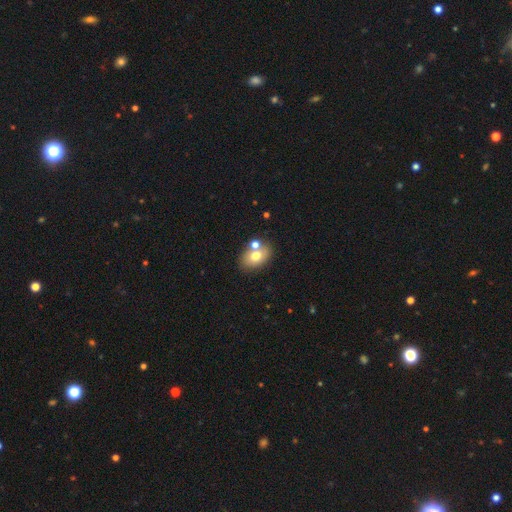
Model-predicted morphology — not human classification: A smooth galaxy with no disk features (69%) that is in between round and cigar-shaped (75%). Merging: none (61%).